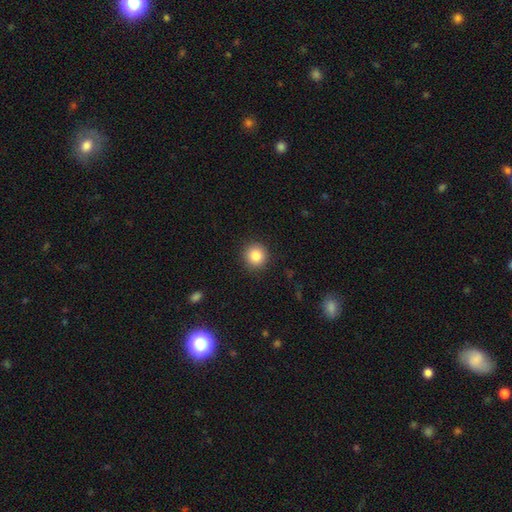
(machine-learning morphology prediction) A smooth galaxy with no disk features (85%) that is round (94%). Merging: none (91%).